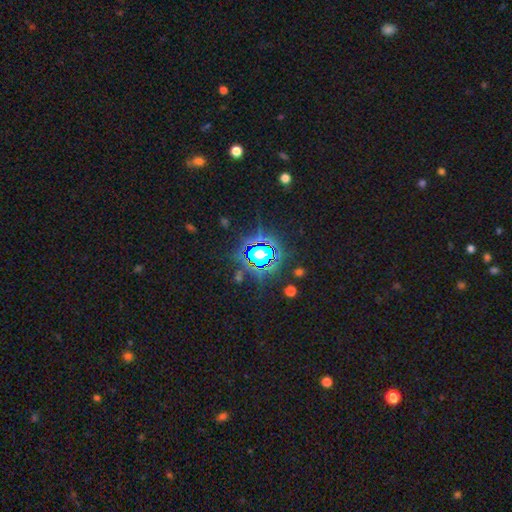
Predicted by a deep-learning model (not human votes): A star or artifact, not a galaxy (82%).